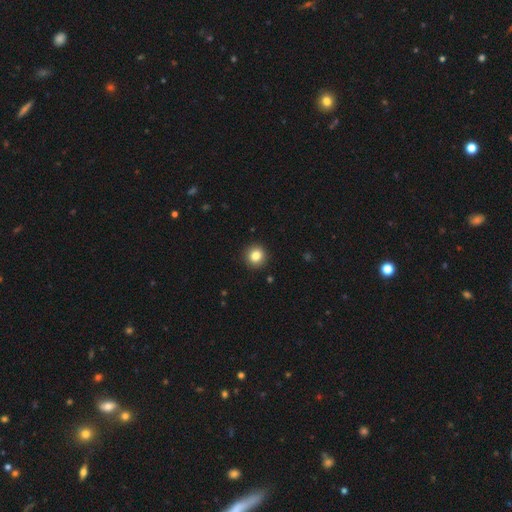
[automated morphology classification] Overall: smooth (84%). How rounded: round (91%). Merging: none (92%).